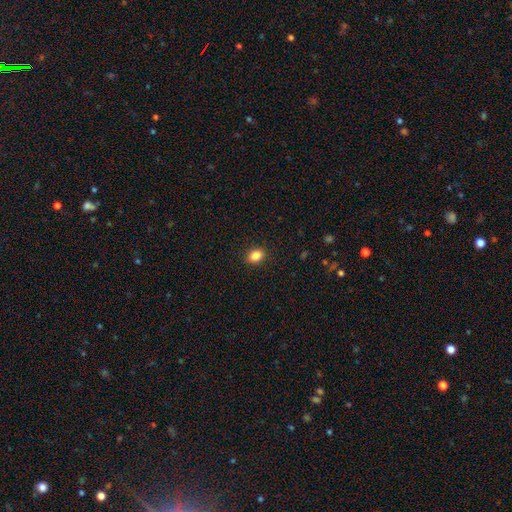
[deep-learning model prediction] smooth_or_featured: smooth (p=0.86) [alt: star or artifact p=0.10]
how_rounded: in between (p=0.69) [alt: round p=0.30]
merging: none (p=0.90) [alt: minor disturbance p=0.07]